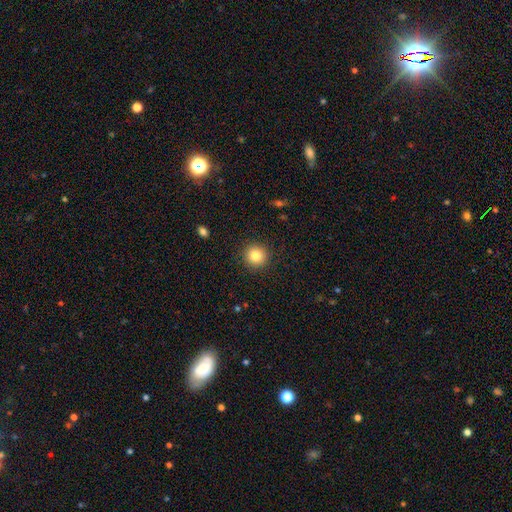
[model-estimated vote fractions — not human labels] A smooth galaxy with no disk features (83%) that is round (94%). Merging: none (91%).